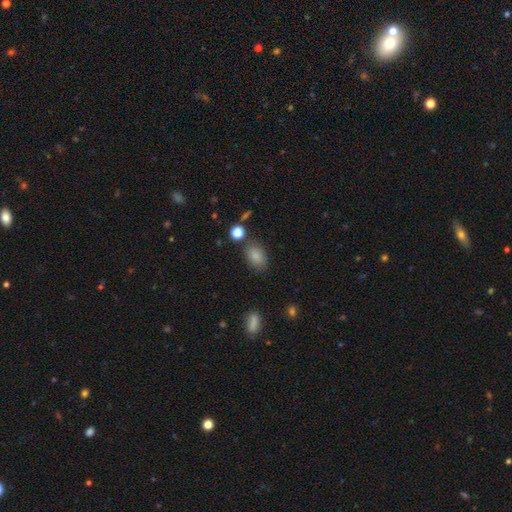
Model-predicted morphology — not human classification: A smooth galaxy with no disk features (85%) that is in between round and cigar-shaped (85%).

Vote fractions:
- Smooth or featured? smooth: 85% / star or artifact: 9% / featured or disk: 6%
- How rounded? in between: 85% / round: 13% / cigar-shaped: 1%
- Merging? none: 77% / minor disturbance: 14% / merger: 5% / major disturbance: 4%